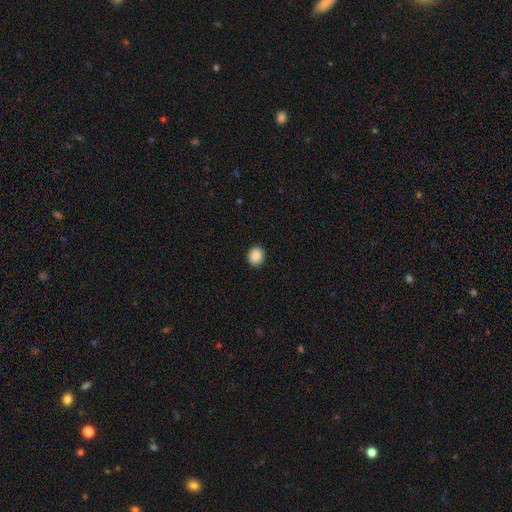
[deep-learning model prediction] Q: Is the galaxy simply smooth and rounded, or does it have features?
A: smooth — 88%.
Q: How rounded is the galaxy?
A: round — 74%.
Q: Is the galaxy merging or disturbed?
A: none — 92%.